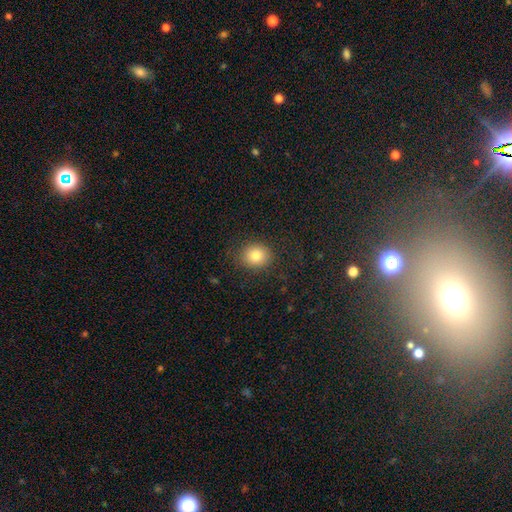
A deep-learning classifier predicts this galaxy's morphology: smooth-or-featured: smooth: 82% | star or artifact: 10% | featured or disk: 7%
  how-rounded: round: 75% | in between: 24% | cigar-shaped: 1%
  merging: none: 87% | minor disturbance: 9% | major disturbance: 3% | merger: 1%